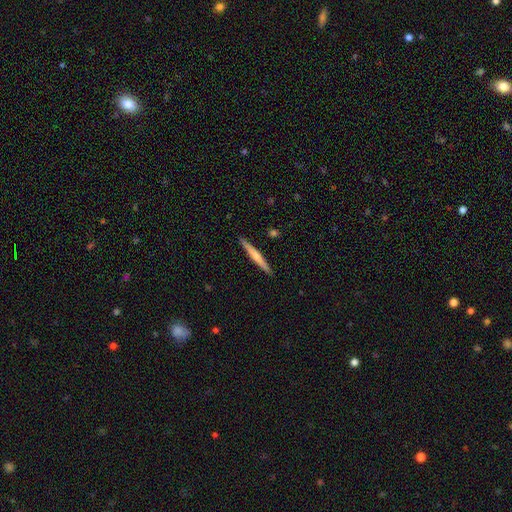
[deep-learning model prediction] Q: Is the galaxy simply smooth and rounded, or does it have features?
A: smooth — 50%.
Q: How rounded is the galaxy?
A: cigar-shaped — 96%.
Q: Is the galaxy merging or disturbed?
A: none — 91%.